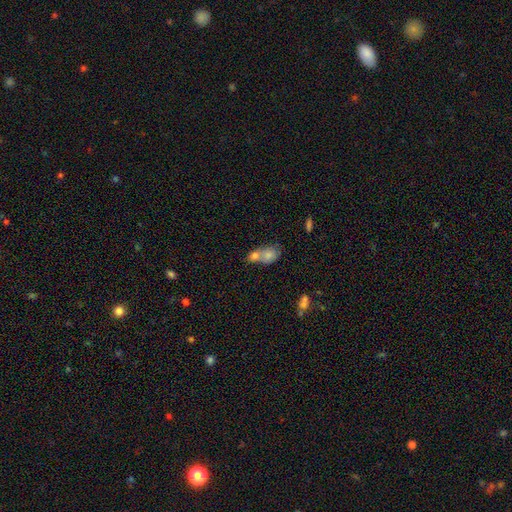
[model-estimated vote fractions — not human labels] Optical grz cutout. It shows a smooth galaxy with no disk features (70%) that is in between round and cigar-shaped (55%). Merging: merger (61%).